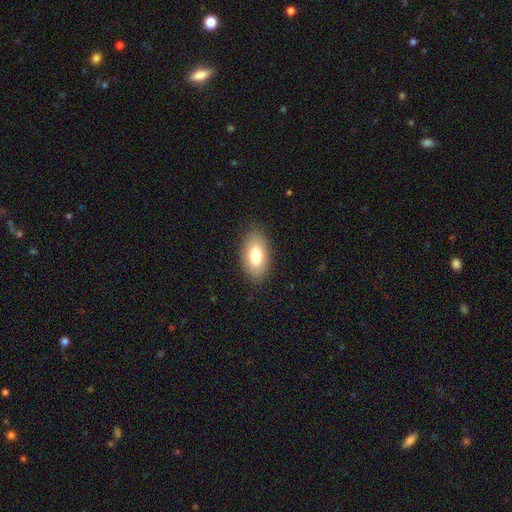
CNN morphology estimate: Smooth or featured?
  - smooth: 78% *
  - featured or disk: 15%
  - star or artifact: 7%
How rounded?
  - in between: 93% *
  - round: 4%
  - cigar-shaped: 2%
Merging?
  - none: 86% *
  - minor disturbance: 10%
  - major disturbance: 3%
  - merger: 1%